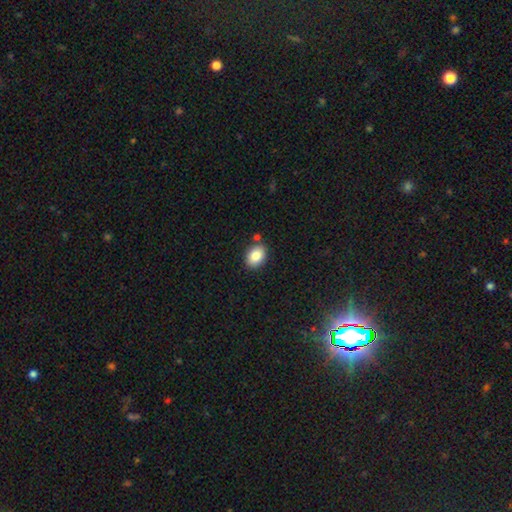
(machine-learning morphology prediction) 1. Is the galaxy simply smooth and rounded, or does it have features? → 86% smooth, 8% star or artifact, 6% featured or disk.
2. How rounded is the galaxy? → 78% in between, 21% round, 1% cigar-shaped.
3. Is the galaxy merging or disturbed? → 82% none, 11% minor disturbance, 5% merger, 2% major disturbance.